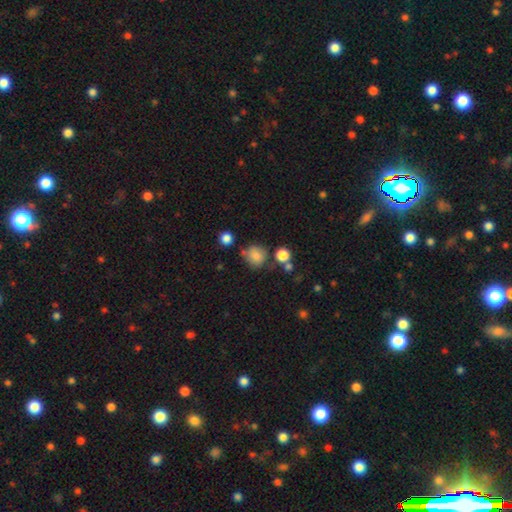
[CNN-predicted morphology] This appears to be a smooth galaxy with no disk features (81%) that is round (83%). Merging: none (65%).